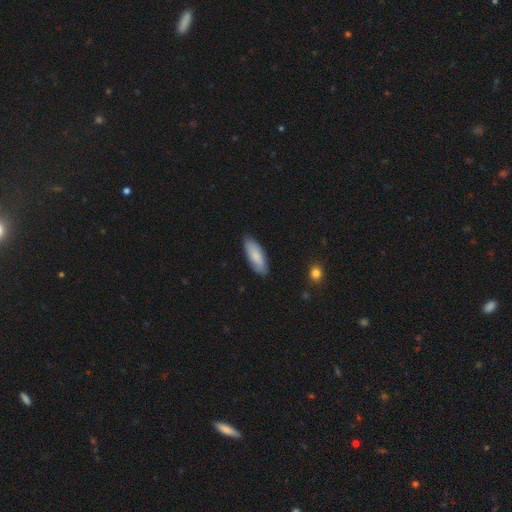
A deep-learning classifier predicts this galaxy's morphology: A smooth galaxy with no disk features (80%) that is in between round and cigar-shaped (67%). Merging: none (82%).